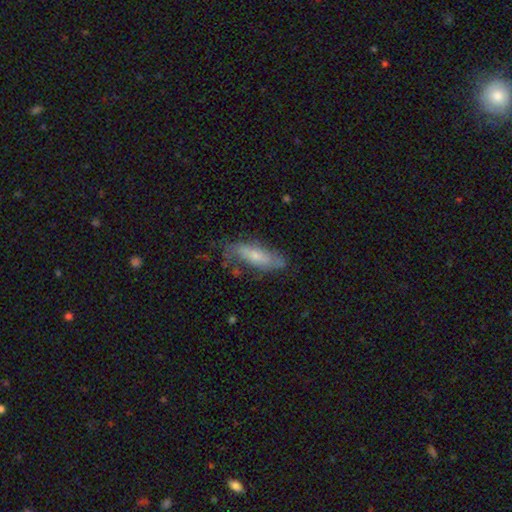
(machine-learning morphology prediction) Smooth or featured? Predicted: smooth (p=0.55). How rounded? Predicted: in between (p=0.50). Merging? Predicted: none (p=0.63).